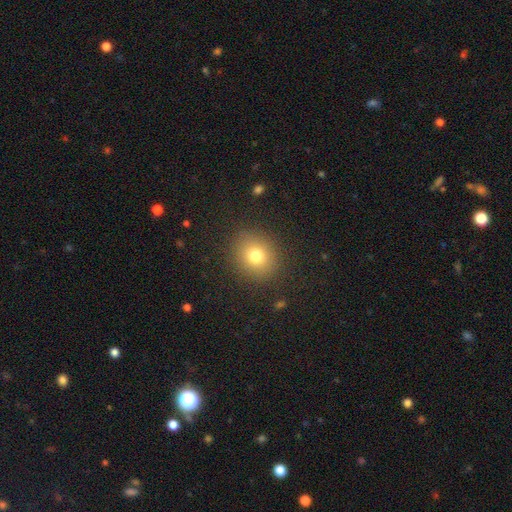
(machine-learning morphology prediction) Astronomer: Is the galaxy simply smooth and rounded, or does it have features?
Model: smooth — 76%.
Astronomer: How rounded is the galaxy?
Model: round — 77%.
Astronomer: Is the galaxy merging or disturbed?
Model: none — 88%.